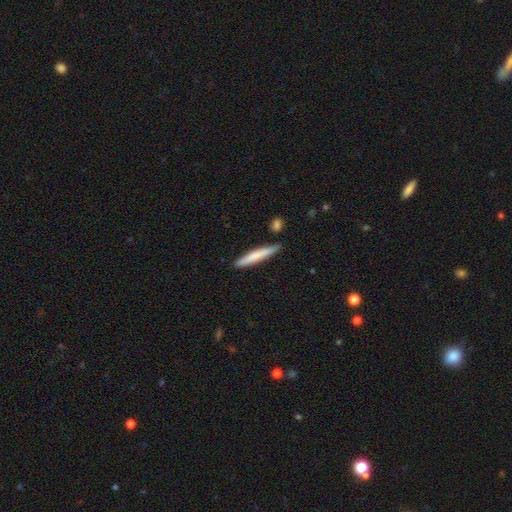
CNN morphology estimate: Smooth or featured: smooth — 72% (featured or disk — 23%)
How rounded: cigar-shaped — 94% (in between — 5%)
Merging: none — 84% (minor disturbance — 11%)